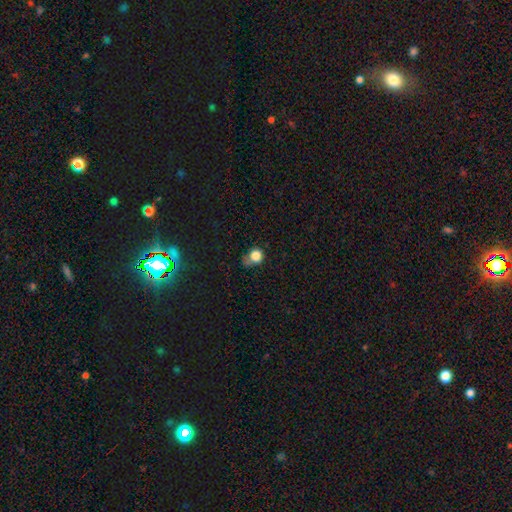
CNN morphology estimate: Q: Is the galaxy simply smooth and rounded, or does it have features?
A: smooth — 79%.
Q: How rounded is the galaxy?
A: round — 80%.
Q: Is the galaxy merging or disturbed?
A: none — 46%.